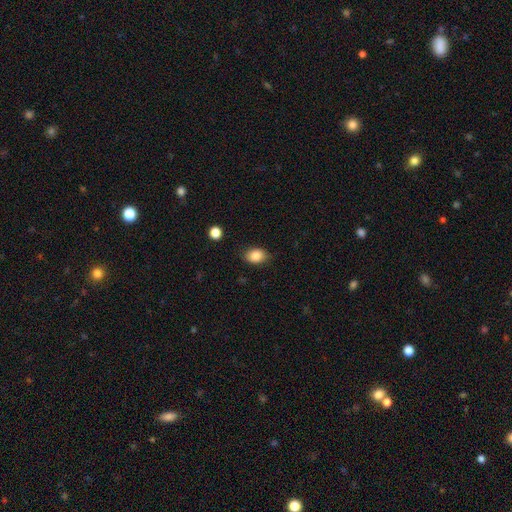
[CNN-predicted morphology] Smooth or featured: smooth — 86% (star or artifact — 9%)
How rounded: in between — 72% (round — 27%)
Merging: none — 82% (minor disturbance — 14%)